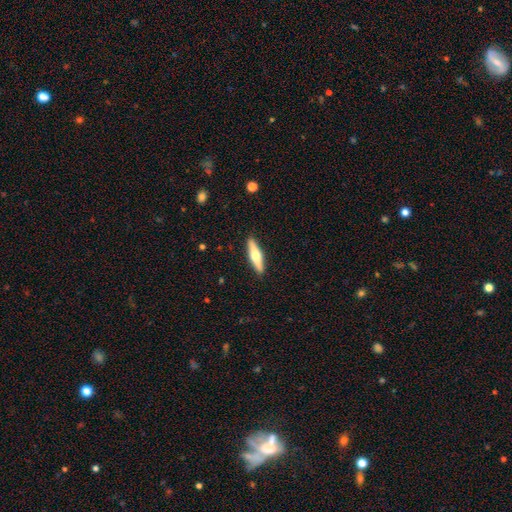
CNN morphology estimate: smooth-or-featured: featured or disk: 54% | smooth: 41% | star or artifact: 5%
  disk-edge-on: yes: 95% | no: 5%
    edge-on-bulge: rounded: 93% | boxy: 4% | none: 3%
  merging: none: 91% | minor disturbance: 7% | major disturbance: 1% | merger: 1%